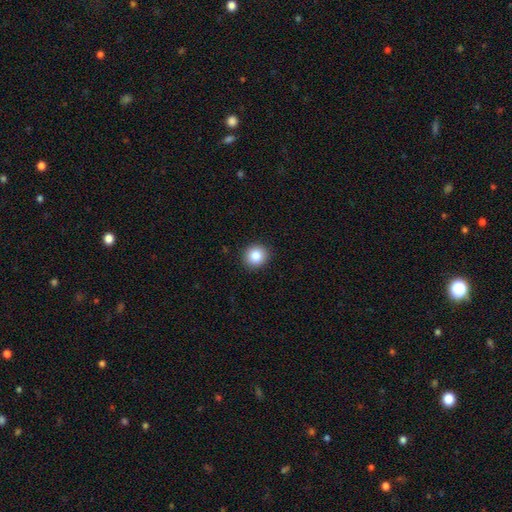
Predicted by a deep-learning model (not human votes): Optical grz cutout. It shows a smooth galaxy with no disk features (84%) that is round (89%). Merging: none (92%).